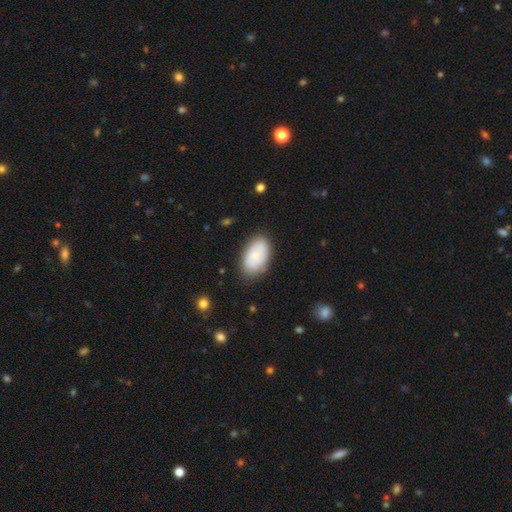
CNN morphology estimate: A smooth galaxy with no disk features (65%) that is in between round and cigar-shaped (92%).

Vote fractions:
- Smooth or featured? smooth: 65% / featured or disk: 28% / star or artifact: 7%
- How rounded? in between: 92% / round: 7% / cigar-shaped: 1%
- Merging? none: 79% / minor disturbance: 15% / major disturbance: 4% / merger: 2%